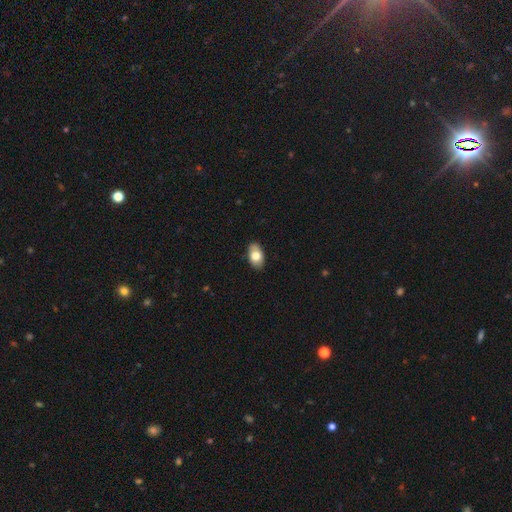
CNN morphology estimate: This appears to be a smooth galaxy with no disk features (76%) that is in between round and cigar-shaped (92%). Merging: none (83%).